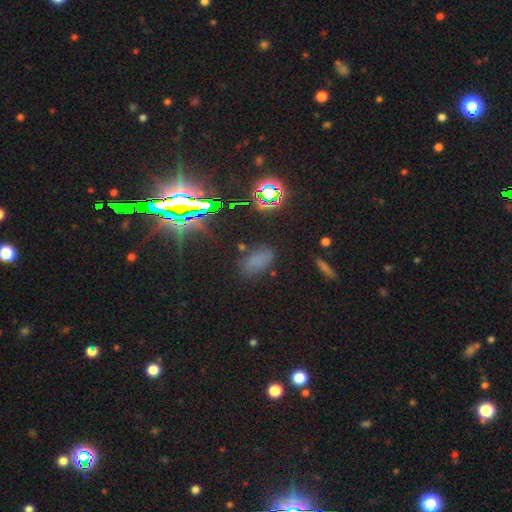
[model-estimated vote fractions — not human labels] This appears to be a smooth galaxy with no disk features (62%) that is in between round and cigar-shaped (89%). Merging: none (71%).